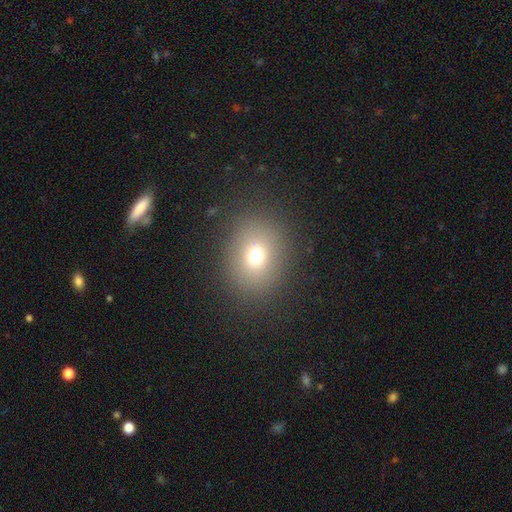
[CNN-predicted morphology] smooth 71%, star or artifact 17%, featured or disk 12%. Down the decision tree: how rounded — round (61%); merging — none (85%).